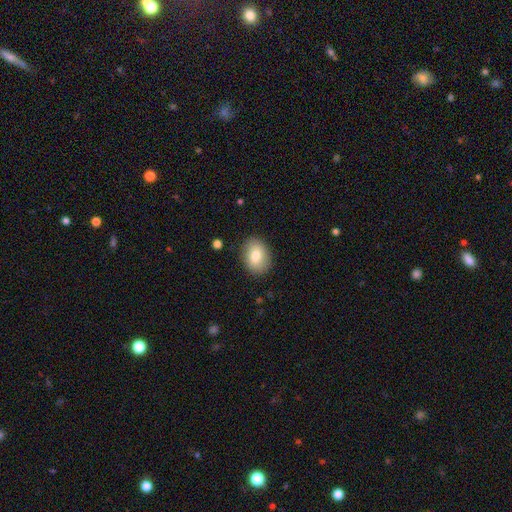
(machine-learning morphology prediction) Smooth or featured: smooth — 79% (featured or disk — 13%)
How rounded: in between — 69% (round — 30%)
Merging: none — 87% (minor disturbance — 9%)